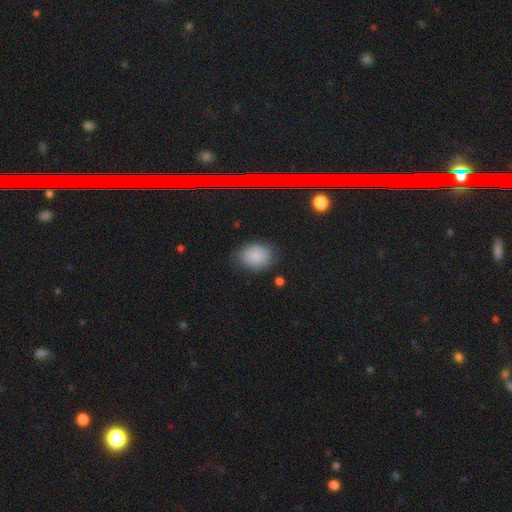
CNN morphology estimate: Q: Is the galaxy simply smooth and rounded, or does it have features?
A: smooth — 82%.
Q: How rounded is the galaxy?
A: in between — 61%.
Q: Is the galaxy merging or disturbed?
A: none — 78%.